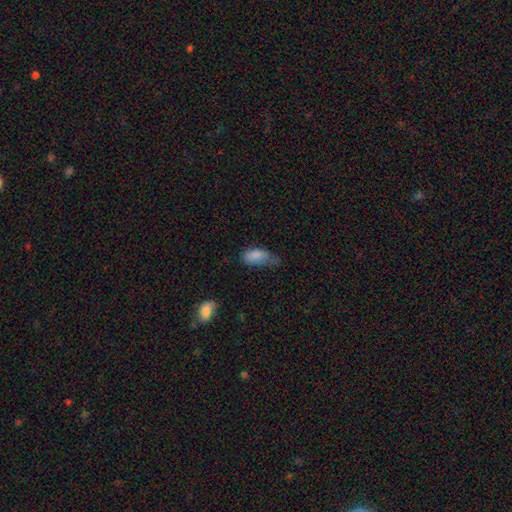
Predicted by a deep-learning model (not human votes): A smooth galaxy with no disk features (83%) that is in between round and cigar-shaped (90%). Merging: minor disturbance (42%).